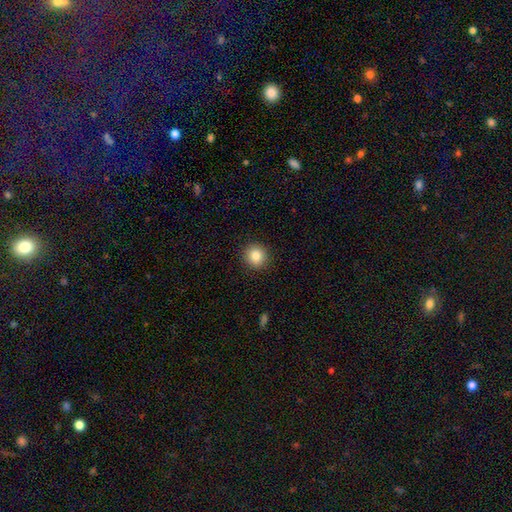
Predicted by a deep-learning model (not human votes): smooth_or_featured: smooth (p=0.84) [alt: star or artifact p=0.10]
how_rounded: round (p=0.91) [alt: in between p=0.08]
merging: none (p=0.91) [alt: minor disturbance p=0.06]